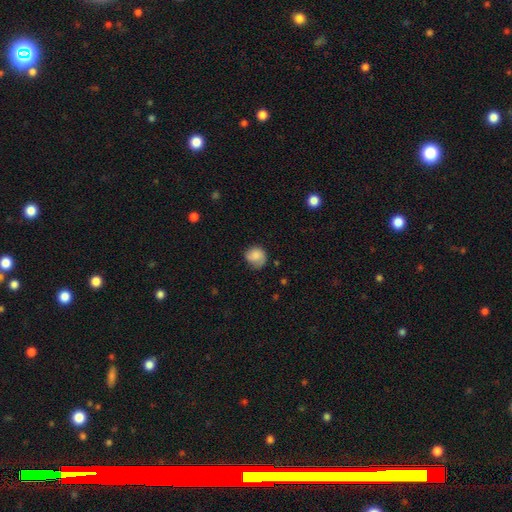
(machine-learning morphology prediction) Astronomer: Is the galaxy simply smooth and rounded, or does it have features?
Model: smooth — 75%.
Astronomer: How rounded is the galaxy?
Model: round — 78%.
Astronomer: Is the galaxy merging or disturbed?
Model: none — 58%.